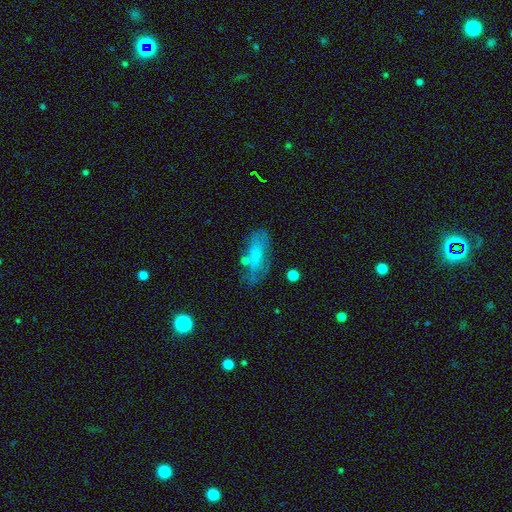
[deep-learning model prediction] Morphology: type=smooth (62%); roundness=in between (72%); merging=none (55%).